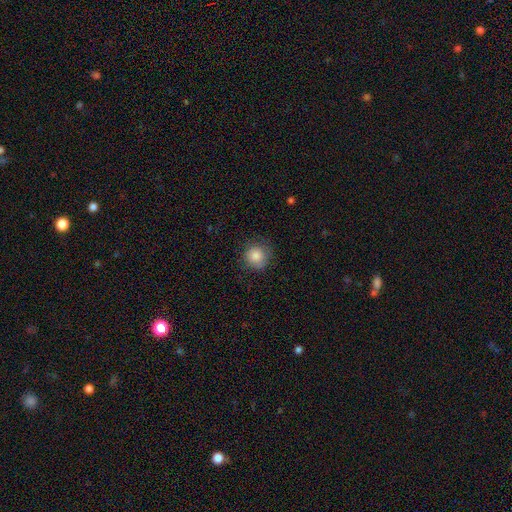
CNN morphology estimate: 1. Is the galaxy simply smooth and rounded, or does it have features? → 84% smooth, 9% star or artifact, 7% featured or disk.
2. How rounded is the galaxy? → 90% round, 9% in between, 1% cigar-shaped.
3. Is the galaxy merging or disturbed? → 76% none, 17% minor disturbance, 6% major disturbance, 1% merger.